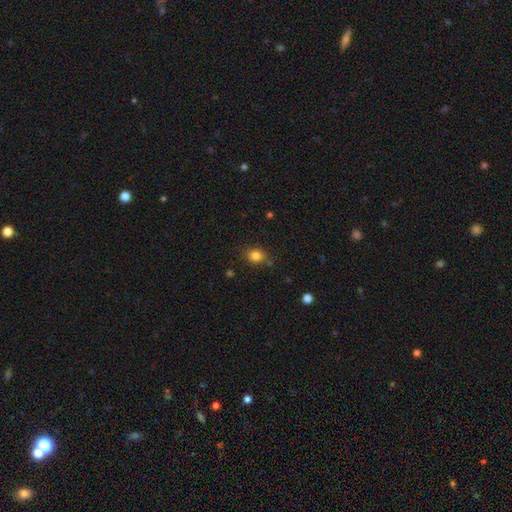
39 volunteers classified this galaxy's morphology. Q: Smooth or featured?
A: smooth (87%); runner-up: star or artifact (10%)
Q: How rounded?
A: round (71%); runner-up: in between (29%)
Q: Merging?
A: none (83%); runner-up: minor disturbance (14%)